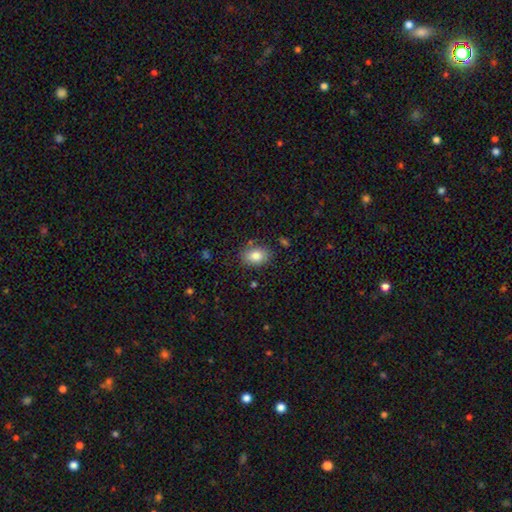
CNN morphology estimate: smooth_or_featured: smooth (p=0.84) [alt: star or artifact p=0.08]
how_rounded: in between (p=0.76) [alt: round p=0.23]
merging: none (p=0.81) [alt: minor disturbance p=0.13]